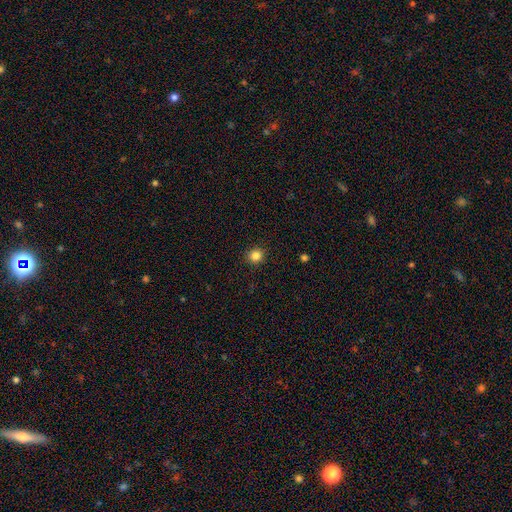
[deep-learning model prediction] Smooth or featured?
  - smooth: 83% *
  - star or artifact: 12%
  - featured or disk: 4%
How rounded?
  - round: 87% *
  - in between: 12%
  - cigar-shaped: 1%
Merging?
  - none: 91% *
  - minor disturbance: 6%
  - major disturbance: 2%
  - merger: 1%